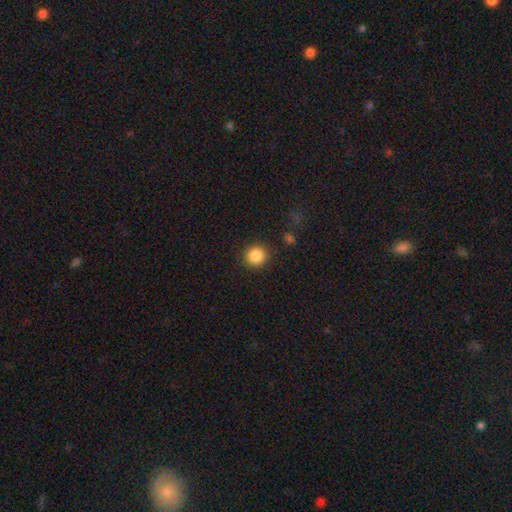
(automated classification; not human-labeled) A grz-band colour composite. It shows a smooth galaxy with no disk features (85%) that is round (90%). Merging: none (89%).